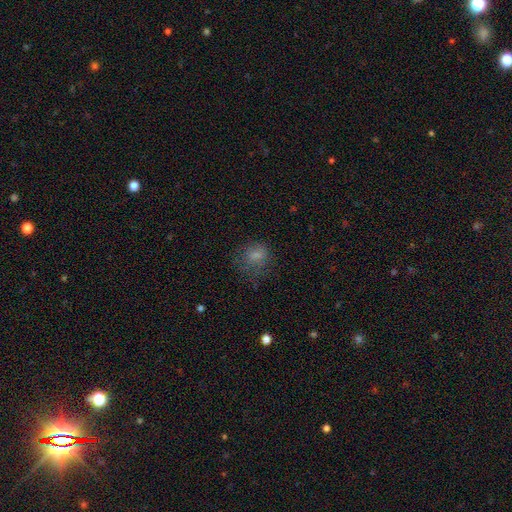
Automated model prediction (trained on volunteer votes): Smooth or featured?
  - smooth: 73% *
  - star or artifact: 14%
  - featured or disk: 12%
How rounded?
  - round: 59% *
  - in between: 39%
  - cigar-shaped: 1%
Merging?
  - none: 56% *
  - minor disturbance: 22%
  - major disturbance: 20%
  - merger: 2%